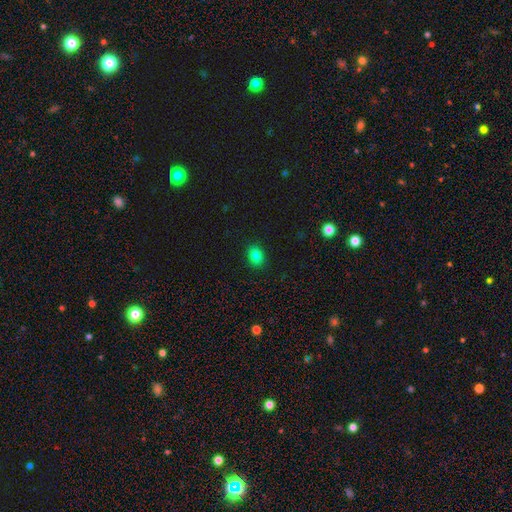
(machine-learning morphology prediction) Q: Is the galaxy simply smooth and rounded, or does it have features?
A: smooth — 84%.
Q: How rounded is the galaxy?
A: in between — 65%.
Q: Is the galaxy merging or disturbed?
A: none — 89%.